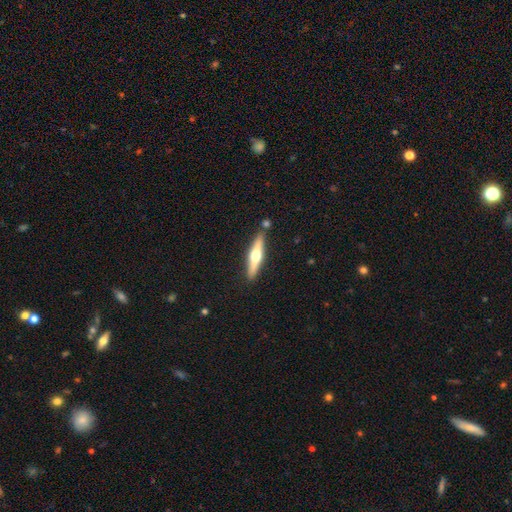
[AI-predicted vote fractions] Smooth or featured?
  - featured or disk: 57% *
  - smooth: 38%
  - star or artifact: 5%
Edge-on disk?
  - yes: 94% *
  - no: 6%
Edge-on bulge?
  - rounded: 94% *
  - none: 3%
  - boxy: 3%
Merging?
  - none: 83% *
  - minor disturbance: 10%
  - merger: 5%
  - major disturbance: 2%